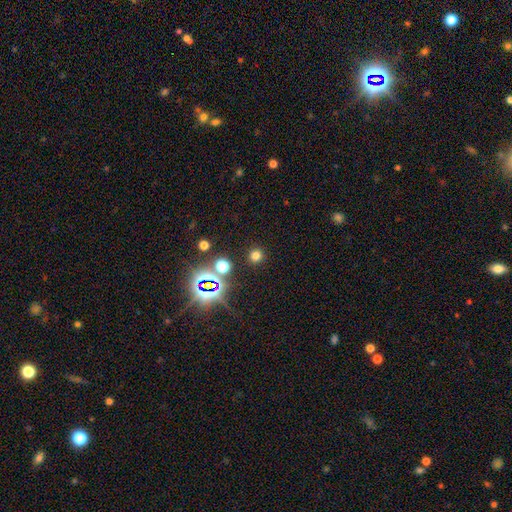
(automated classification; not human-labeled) A smooth galaxy with no disk features (69%) that is round (92%).

Vote fractions:
- Smooth or featured? smooth: 69% / star or artifact: 25% / featured or disk: 6%
- How rounded? round: 92% / in between: 7% / cigar-shaped: 1%
- Merging? none: 89% / minor disturbance: 5% / merger: 3% / major disturbance: 3%